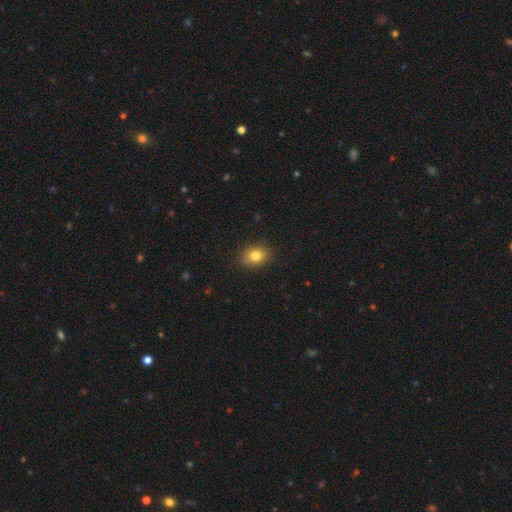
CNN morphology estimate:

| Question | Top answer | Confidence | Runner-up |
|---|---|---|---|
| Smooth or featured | smooth | 80% | star or artifact (11%) |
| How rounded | round | 52% | in between (47%) |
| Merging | none | 81% | minor disturbance (13%) |